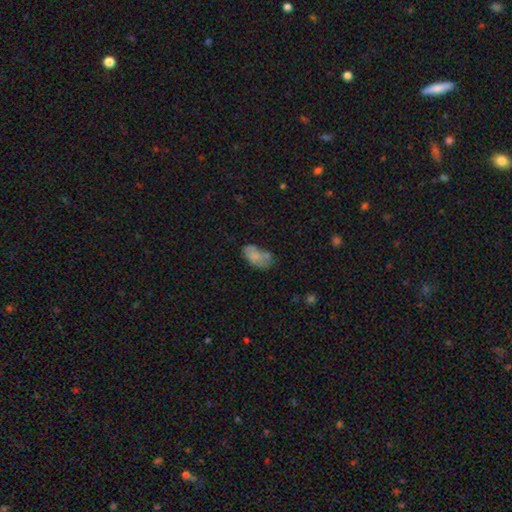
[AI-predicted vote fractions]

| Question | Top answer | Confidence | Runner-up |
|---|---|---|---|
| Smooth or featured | smooth | 69% | featured or disk (21%) |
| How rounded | in between | 92% | round (5%) |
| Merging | none | 44% | minor disturbance (26%) |